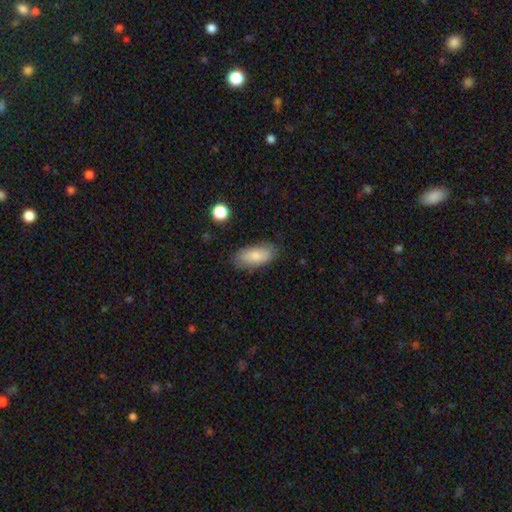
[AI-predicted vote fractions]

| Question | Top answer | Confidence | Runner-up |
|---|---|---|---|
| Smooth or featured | smooth | 80% | featured or disk (13%) |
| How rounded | in between | 88% | cigar-shaped (10%) |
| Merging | none | 79% | minor disturbance (16%) |